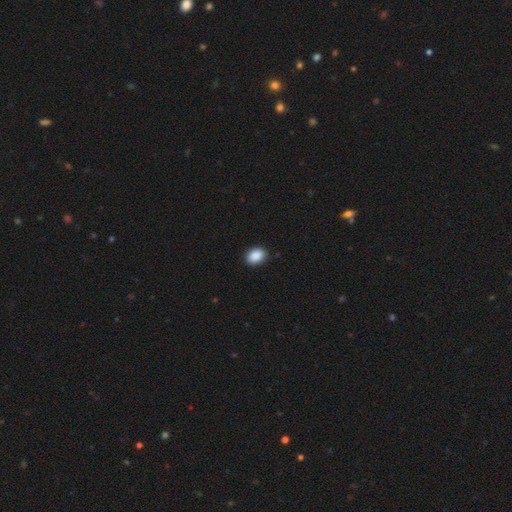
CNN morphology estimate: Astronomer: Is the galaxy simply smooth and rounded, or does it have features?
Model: smooth — 90%.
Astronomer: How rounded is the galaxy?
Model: in between — 75%.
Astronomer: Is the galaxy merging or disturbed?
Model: none — 89%.